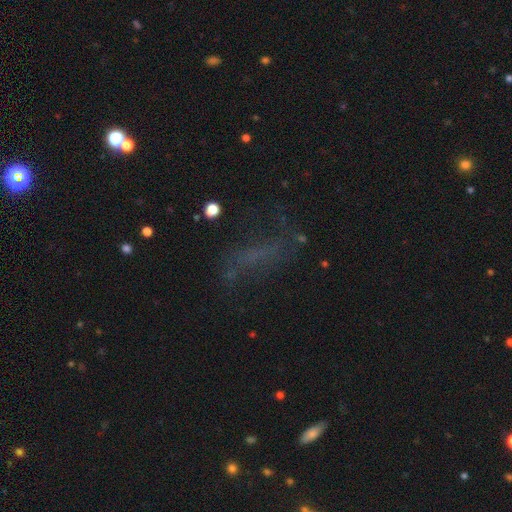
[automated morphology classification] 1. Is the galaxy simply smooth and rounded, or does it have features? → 36% featured or disk, 32% smooth, 32% star or artifact.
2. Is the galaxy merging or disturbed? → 52% none, 23% major disturbance, 20% minor disturbance, 4% merger.